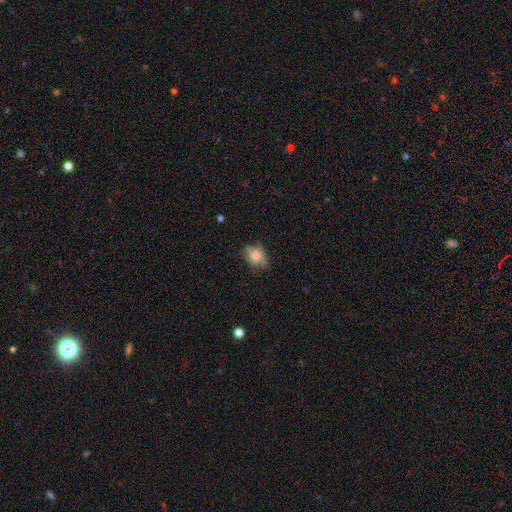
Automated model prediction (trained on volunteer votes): Smooth or featured? smooth (76%)
How rounded? in between (65%)
Merging? none (59%)